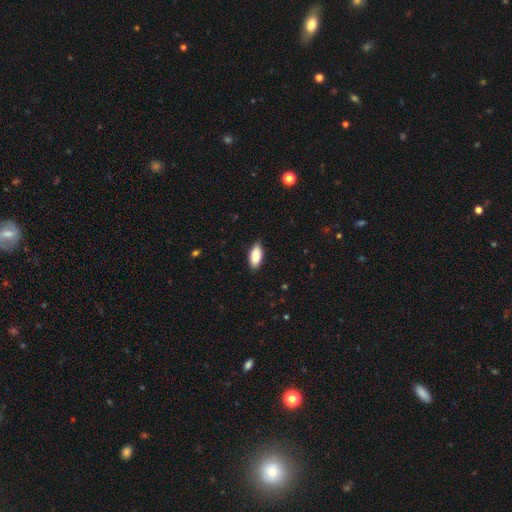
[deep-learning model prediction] Smooth or featured? smooth (87%)
How rounded? in between (90%)
Merging? none (88%)